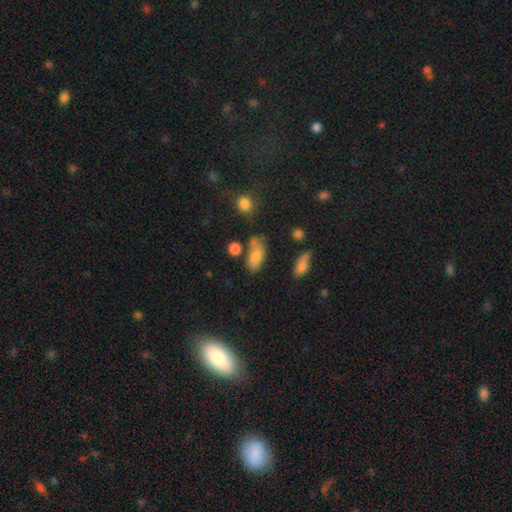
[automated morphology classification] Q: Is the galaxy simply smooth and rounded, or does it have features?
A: smooth — 76%.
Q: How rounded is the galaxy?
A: in between — 84%.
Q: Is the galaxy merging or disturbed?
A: none — 47%.